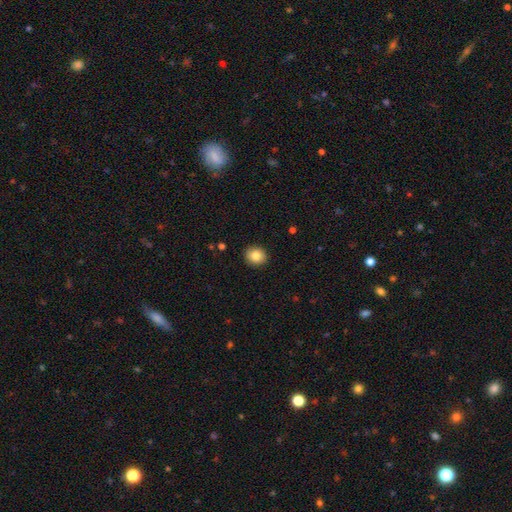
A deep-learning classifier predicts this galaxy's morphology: Smooth or featured?
  - smooth: 84% *
  - star or artifact: 9%
  - featured or disk: 7%
How rounded?
  - round: 77% *
  - in between: 22%
  - cigar-shaped: 1%
Merging?
  - none: 92% *
  - minor disturbance: 6%
  - major disturbance: 2%
  - merger: 1%